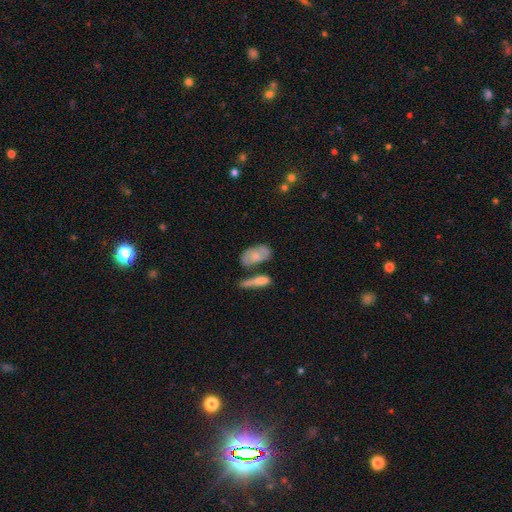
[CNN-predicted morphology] Smooth or featured?
  - smooth: 66% *
  - featured or disk: 28%
  - star or artifact: 6%
How rounded?
  - in between: 87% *
  - cigar-shaped: 7%
  - round: 5%
Merging?
  - none: 47% *
  - merger: 23%
  - minor disturbance: 21%
  - major disturbance: 9%